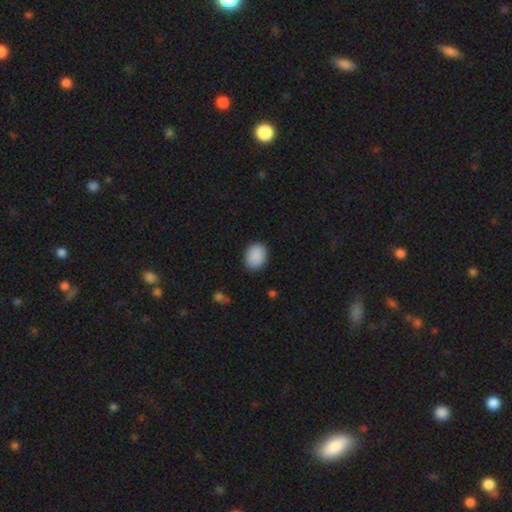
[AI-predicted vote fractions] Smooth or featured?
  - smooth: 90% *
  - star or artifact: 7%
  - featured or disk: 3%
How rounded?
  - in between: 55% *
  - round: 45%
  - cigar-shaped: 1%
Merging?
  - none: 88% *
  - minor disturbance: 9%
  - major disturbance: 2%
  - merger: 1%